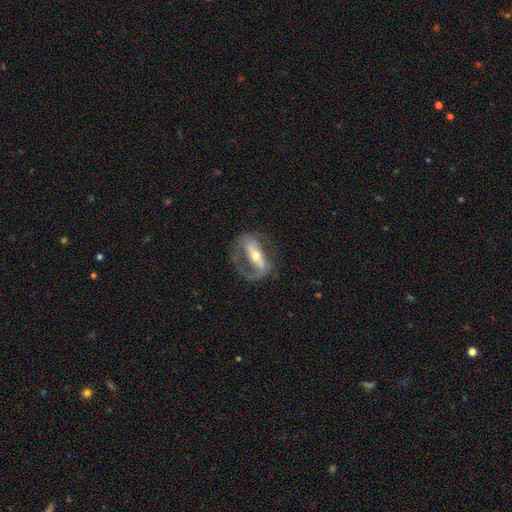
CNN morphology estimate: Smooth or featured? featured or disk (77%)
Edge-on disk? no (87%)
Bar? strong (57%)
Spiral arms? yes (75%)
Spiral winding? medium (42%)
Spiral arm count? 2 (55%)
Bulge size? moderate (61%)
Merging? none (51%)